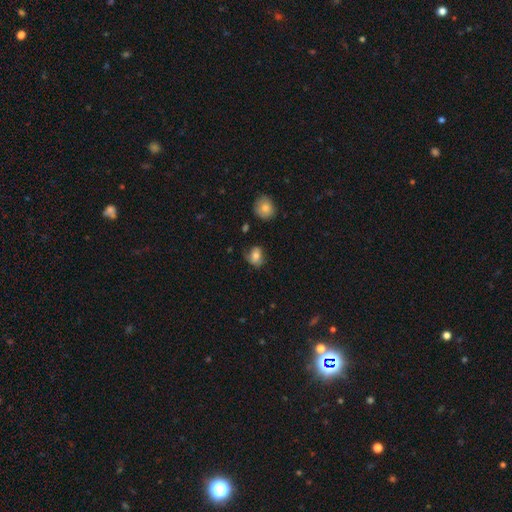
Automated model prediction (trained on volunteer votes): smooth 66%, featured or disk 23%, star or artifact 10%. Down the decision tree: how rounded — in between (52%); merging — none (57%).